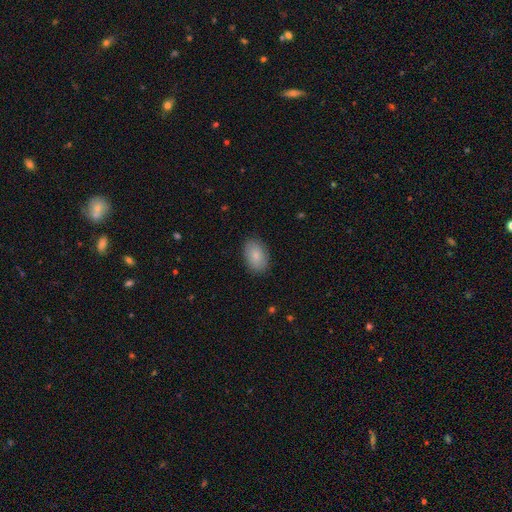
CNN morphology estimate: Q: Smooth or featured?
A: smooth (84%); runner-up: featured or disk (9%)
Q: How rounded?
A: in between (90%); runner-up: round (9%)
Q: Merging?
A: none (87%); runner-up: minor disturbance (10%)